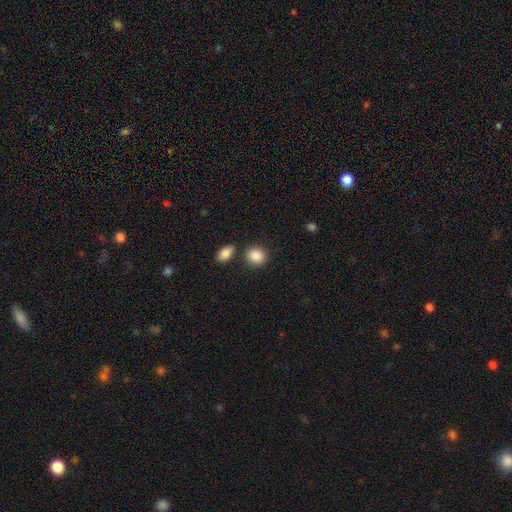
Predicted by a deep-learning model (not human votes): smooth_or_featured: smooth (p=0.88) [alt: star or artifact p=0.08]
how_rounded: round (p=0.72) [alt: in between p=0.27]
merging: none (p=0.76) [alt: minor disturbance p=0.11]